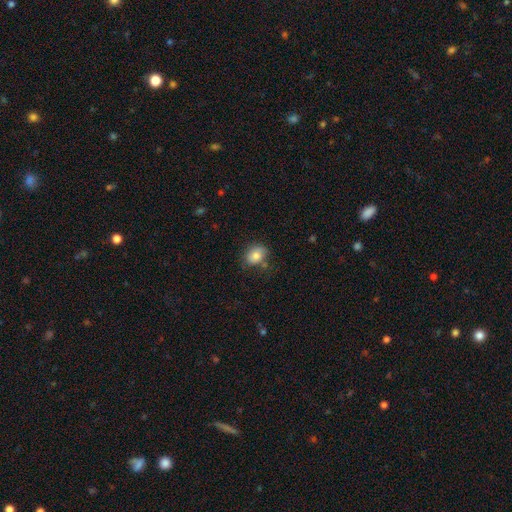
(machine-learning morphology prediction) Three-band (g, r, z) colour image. It shows a smooth galaxy with no disk features (81%) that is in between round and cigar-shaped (60%). Merging: none (69%).